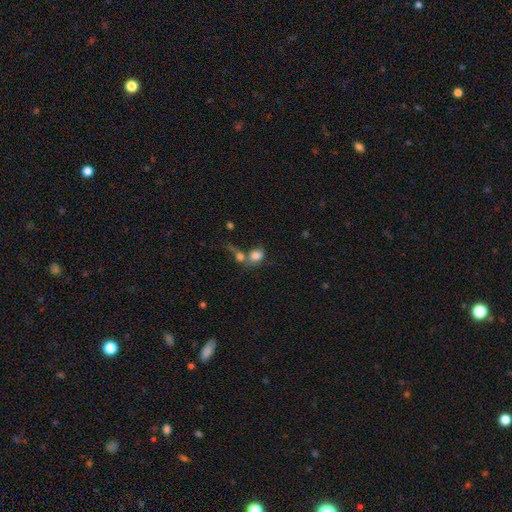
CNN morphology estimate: type=smooth (80%); roundness=in between (67%); merging=merger (48%).